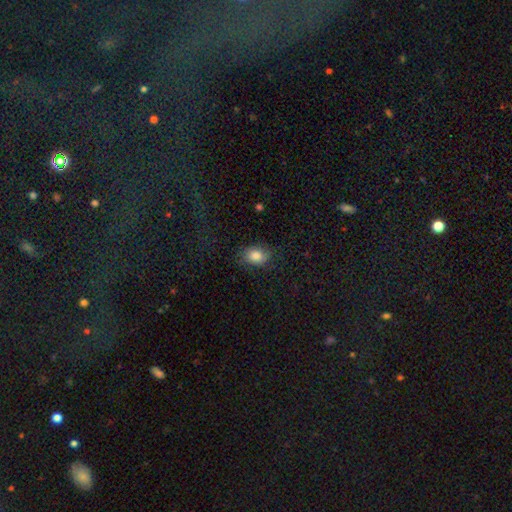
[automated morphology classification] A smooth galaxy with no disk features (82%) that is in between round and cigar-shaped (65%). Merging: none (74%).